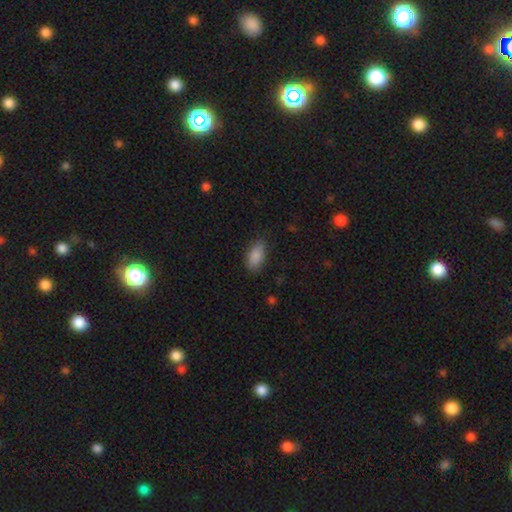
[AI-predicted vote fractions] Overall: smooth (88%). How rounded: in between (90%). Merging: none (81%).